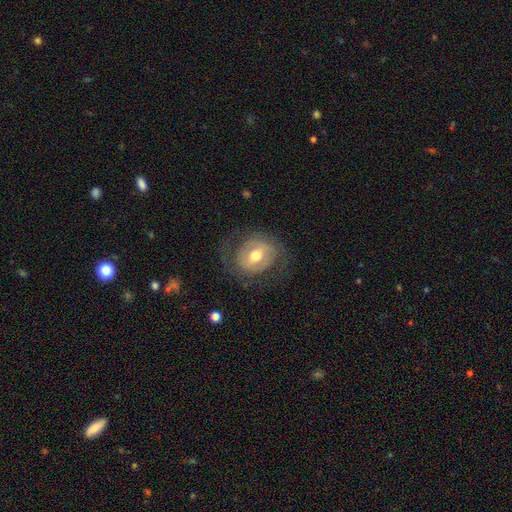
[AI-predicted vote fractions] A featured or disk galaxy (66%) with a weak bar (43%), spiral arms (66%) and a moderate central bulge (74%).

Vote fractions:
- Smooth or featured? featured or disk: 66% / smooth: 27% / star or artifact: 7%
- Edge-on disk? no: 96% / yes: 4%
- Bar? weak: 43% / strong: 31% / no: 26%
- Spiral arms? yes: 66% / no: 34%
- Bulge size? moderate: 74% / small: 14% / large: 9% / dominant: 1% / none: 1%
- Merging? none: 69% / minor disturbance: 16% / major disturbance: 14% / merger: 1%